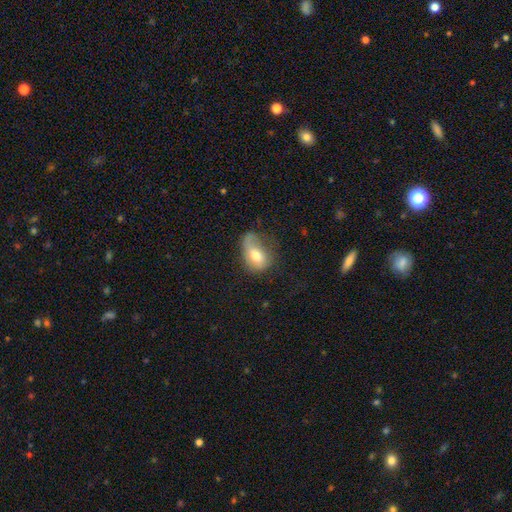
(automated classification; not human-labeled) Morphology: type=smooth (67%); roundness=in between (82%); merging=major disturbance (35%).